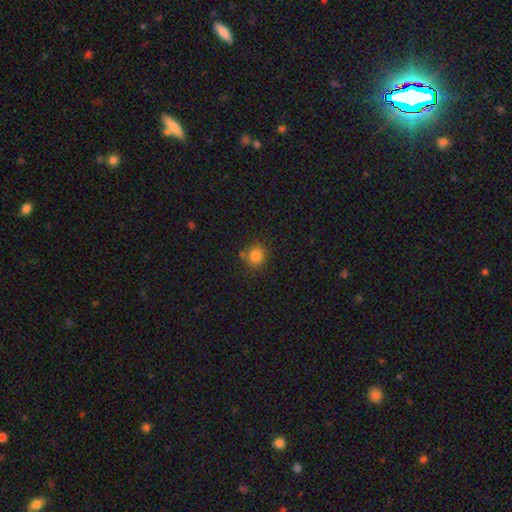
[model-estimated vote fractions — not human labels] smooth_or_featured: smooth (p=0.82) [alt: star or artifact p=0.12]
how_rounded: round (p=0.85) [alt: in between p=0.14]
merging: none (p=0.76) [alt: minor disturbance p=0.12]